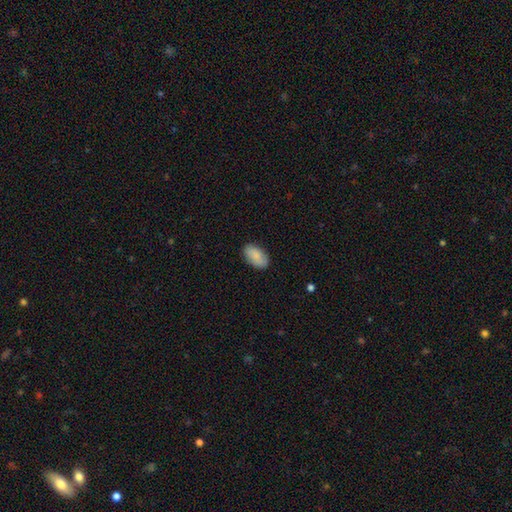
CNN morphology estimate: Smooth or featured?
  - smooth: 87% *
  - featured or disk: 7%
  - star or artifact: 6%
How rounded?
  - in between: 93% *
  - round: 4%
  - cigar-shaped: 3%
Merging?
  - none: 84% *
  - minor disturbance: 12%
  - major disturbance: 2%
  - merger: 1%